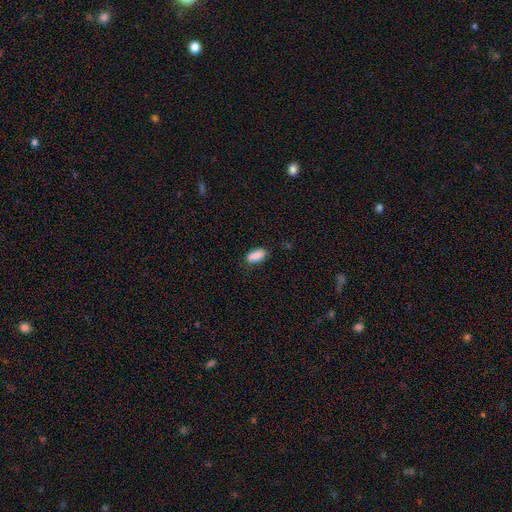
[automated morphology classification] This is clearly a smooth galaxy (88%). How rounded: clearly in between (84%). Merging: likely none (71%).